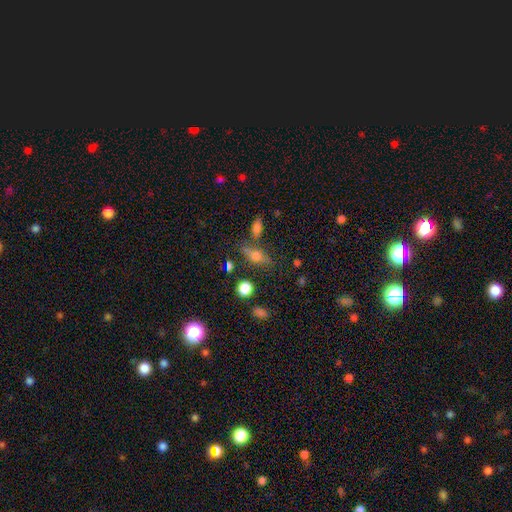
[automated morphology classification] Smooth or featured? Predicted: smooth (p=0.52). How rounded? Predicted: in between (p=0.58). Merging? Predicted: none (p=0.67).